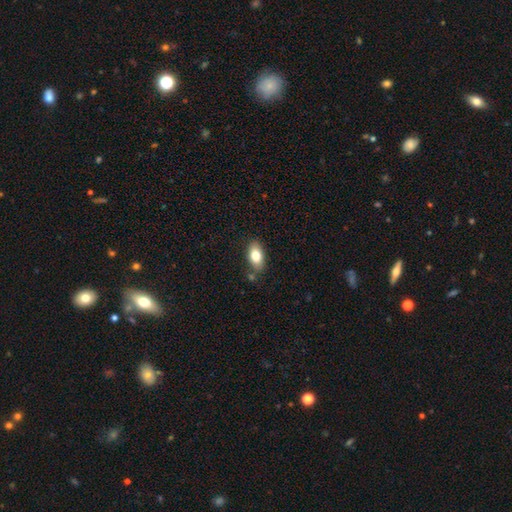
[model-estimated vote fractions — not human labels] Smooth or featured? smooth (78%)
How rounded? in between (91%)
Merging? none (78%)